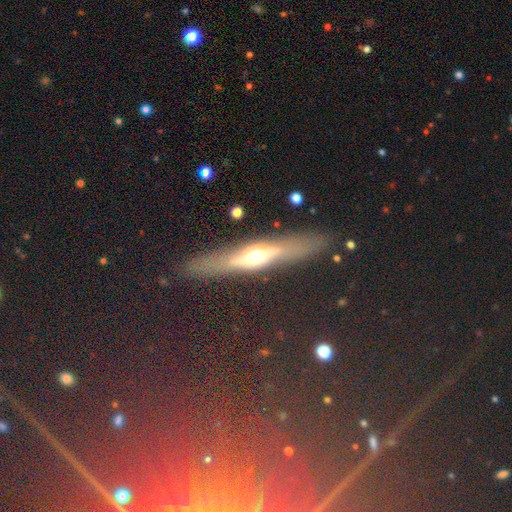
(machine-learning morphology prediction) Smooth or featured?
  - featured or disk: 64% *
  - smooth: 28%
  - star or artifact: 7%
Edge-on disk?
  - yes: 86% *
  - no: 14%
Edge-on bulge?
  - rounded: 89% *
  - none: 6%
  - boxy: 5%
Merging?
  - none: 82% *
  - minor disturbance: 12%
  - major disturbance: 5%
  - merger: 2%